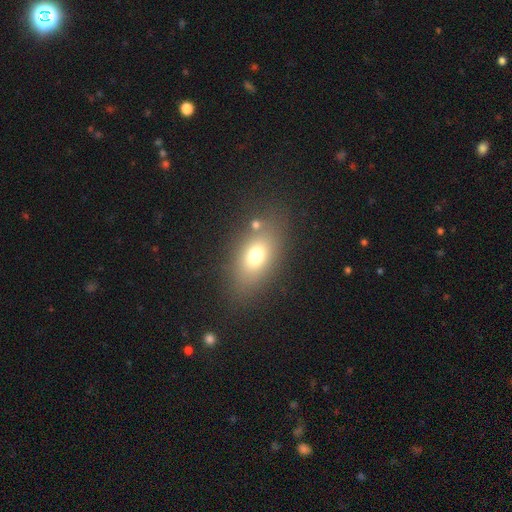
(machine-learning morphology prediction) Overall: smooth (71%). How rounded: in between (79%). Merging: none (75%).